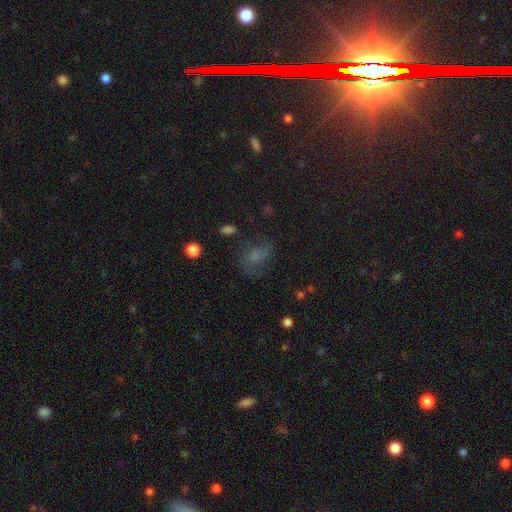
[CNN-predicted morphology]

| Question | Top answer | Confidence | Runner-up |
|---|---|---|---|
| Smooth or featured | smooth | 49% | featured or disk (31%) |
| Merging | none | 51% | minor disturbance (23%) |